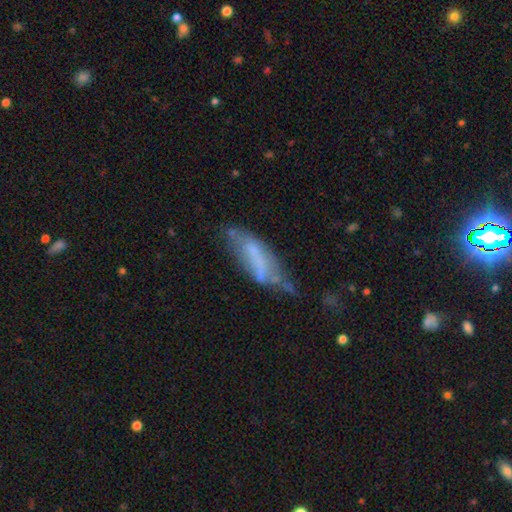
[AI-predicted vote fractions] Overall: smooth (47%; featured or disk 43%). Merging: none (33%; minor disturbance 32%).